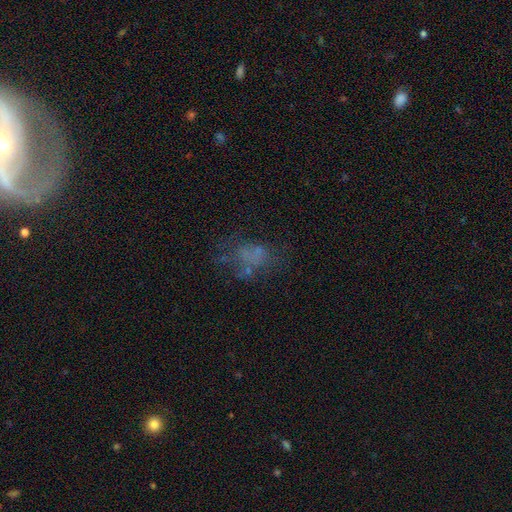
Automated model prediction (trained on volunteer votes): This is marginally a smooth galaxy (42%). Merging: possibly none (46%).